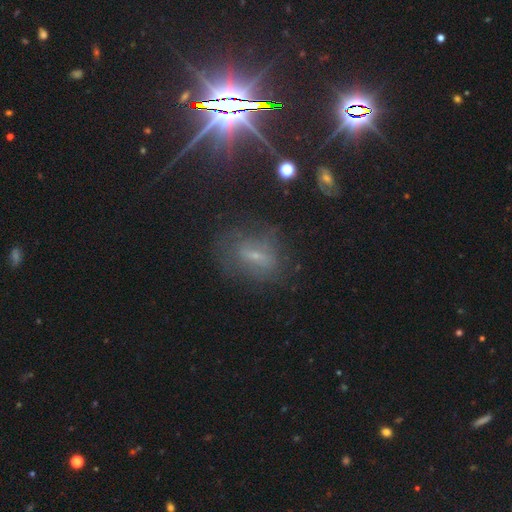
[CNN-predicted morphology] Smooth or featured: featured or disk — 41% (smooth — 30%)
Merging: none — 63% (minor disturbance — 19%)